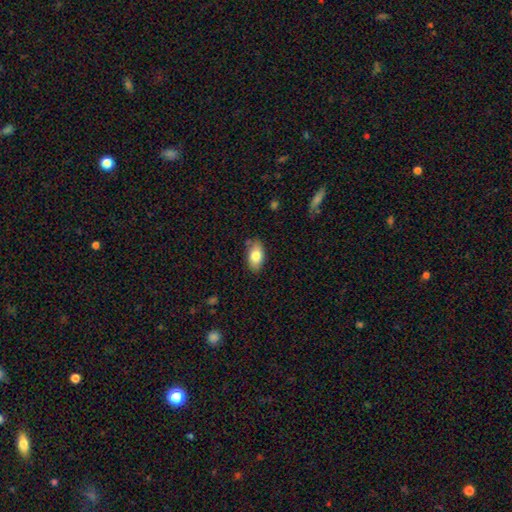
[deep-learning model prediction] Q: Smooth or featured?
A: smooth (81%); runner-up: featured or disk (12%)
Q: How rounded?
A: in between (92%); runner-up: round (6%)
Q: Merging?
A: none (79%); runner-up: minor disturbance (15%)